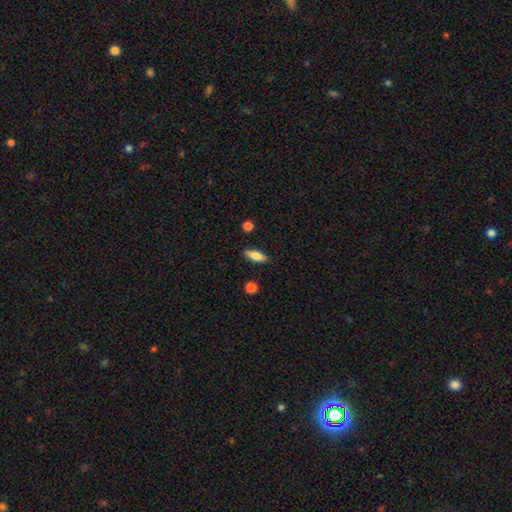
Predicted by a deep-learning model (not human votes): Smooth or featured: smooth — 80% (featured or disk — 13%)
How rounded: in between — 72% (cigar-shaped — 24%)
Merging: none — 86% (minor disturbance — 10%)